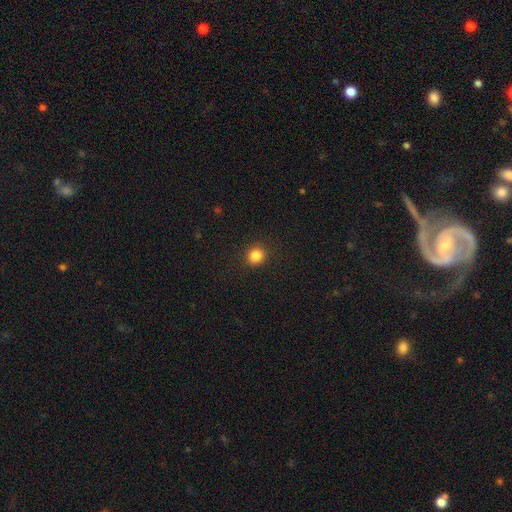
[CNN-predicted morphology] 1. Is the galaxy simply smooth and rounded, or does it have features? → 85% smooth, 11% star or artifact, 4% featured or disk.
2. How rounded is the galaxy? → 86% round, 13% in between, 1% cigar-shaped.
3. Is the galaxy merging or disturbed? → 91% none, 6% minor disturbance, 2% major disturbance, 1% merger.